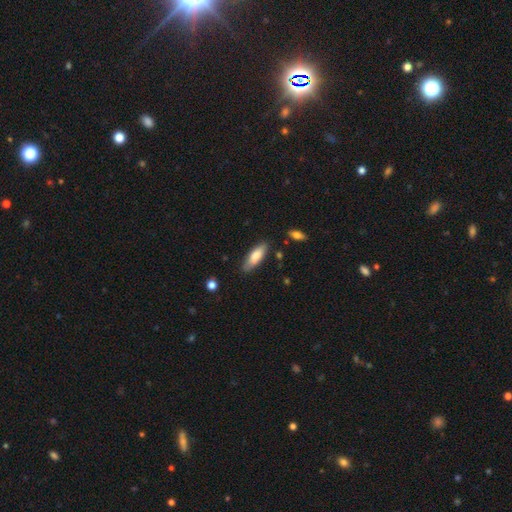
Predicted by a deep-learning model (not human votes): Q: Smooth or featured?
A: smooth (76%); runner-up: featured or disk (18%)
Q: How rounded?
A: in between (56%); runner-up: cigar-shaped (42%)
Q: Merging?
A: none (81%); runner-up: minor disturbance (14%)